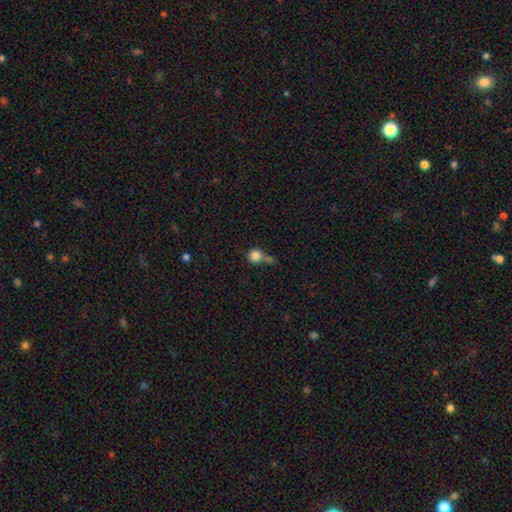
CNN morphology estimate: smooth-or-featured: smooth: 82% | star or artifact: 10% | featured or disk: 8%
  how-rounded: round: 91% | in between: 8% | cigar-shaped: 1%
  merging: none: 43% | merger: 35% | minor disturbance: 13% | major disturbance: 8%